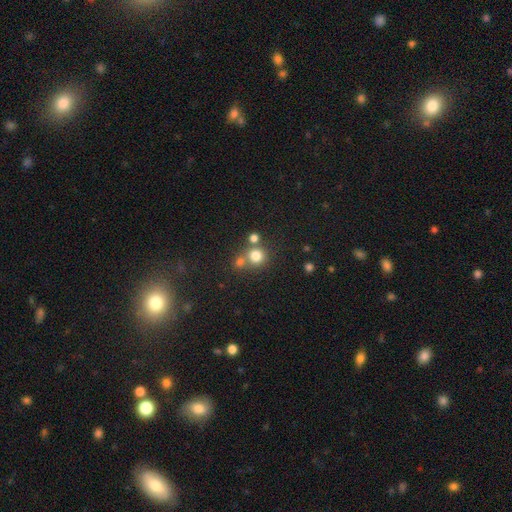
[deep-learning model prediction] Morphology: type=smooth (77%); roundness=round (90%); merging=none (58%).